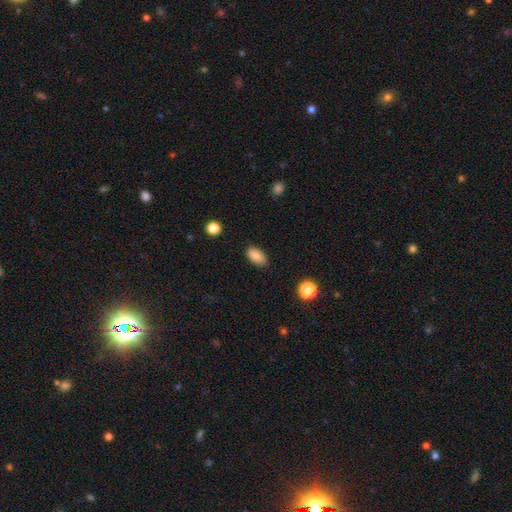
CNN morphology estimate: The model was most divided on "merging": none: 86%, minor disturbance: 10%, major disturbance: 2%, merger: 1%. More confident: how rounded — in between (92%); smooth or featured — smooth (87%).